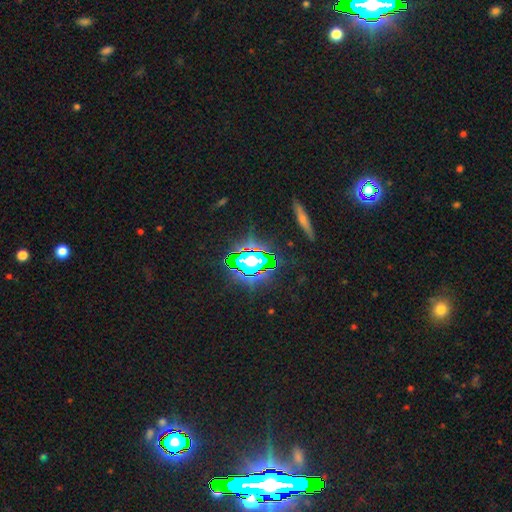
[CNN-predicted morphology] smooth_or_featured: star or artifact (p=0.67) [alt: smooth p=0.18]